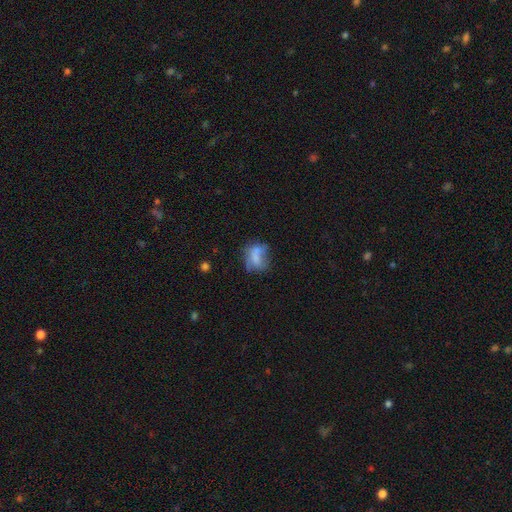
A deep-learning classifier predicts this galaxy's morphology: smooth_or_featured: smooth (p=0.57) [alt: featured or disk p=0.31]
how_rounded: in between (p=0.61) [alt: round p=0.35]
merging: none (p=0.37) [alt: minor disturbance p=0.24]